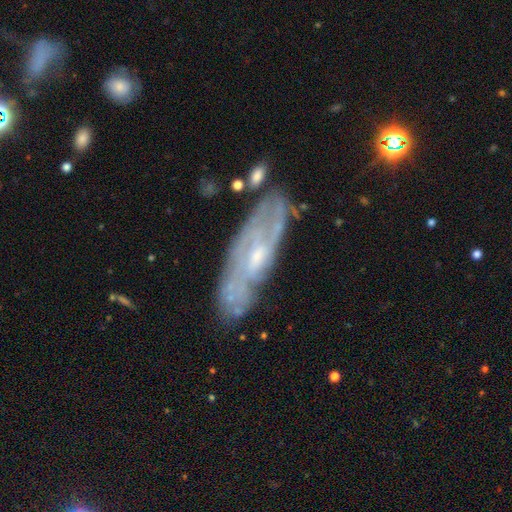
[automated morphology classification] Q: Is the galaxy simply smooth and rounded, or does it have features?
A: featured or disk — 76%.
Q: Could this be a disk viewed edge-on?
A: no — 75%.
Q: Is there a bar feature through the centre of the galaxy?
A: no — 55%.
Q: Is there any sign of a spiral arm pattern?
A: yes — 77%.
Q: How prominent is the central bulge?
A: small — 58%.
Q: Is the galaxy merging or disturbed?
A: none — 74%.